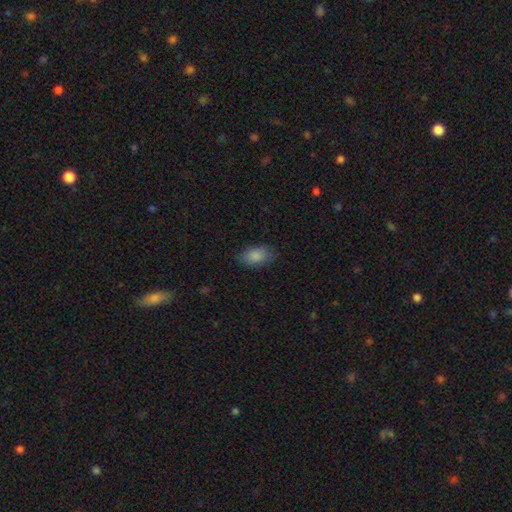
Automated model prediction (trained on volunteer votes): smooth-or-featured: smooth: 87% | star or artifact: 8% | featured or disk: 5%
  how-rounded: in between: 91% | round: 7% | cigar-shaped: 2%
  merging: none: 80% | minor disturbance: 15% | major disturbance: 4% | merger: 1%